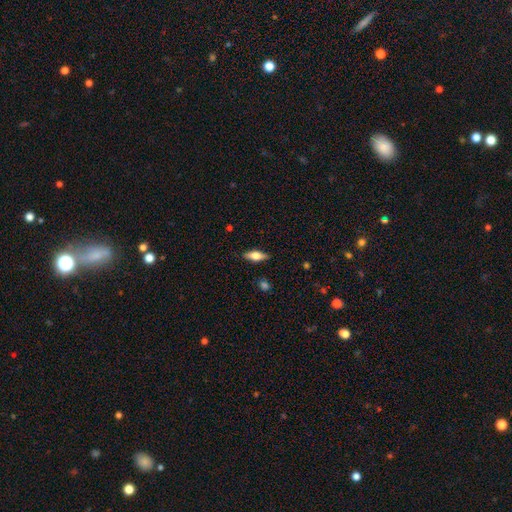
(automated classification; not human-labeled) The model was most divided on "smooth or featured": smooth: 52%, featured or disk: 41%, star or artifact: 7%. More confident: merging — none (87%); how rounded — in between (63%).